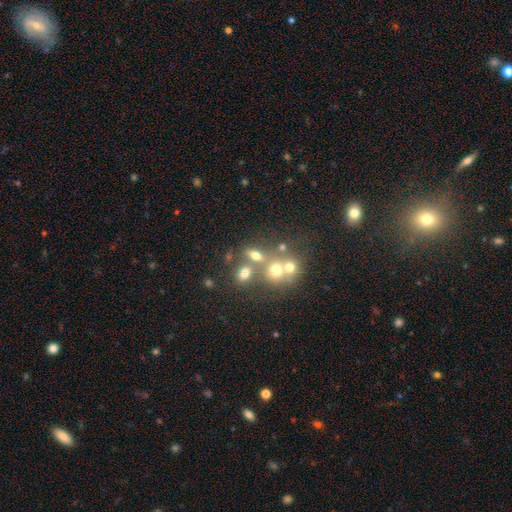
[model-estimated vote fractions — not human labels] The model was most divided on "merging": none: 50%, merger: 33%, minor disturbance: 11%, major disturbance: 6%. More confident: how rounded — in between (63%); smooth or featured — smooth (62%).